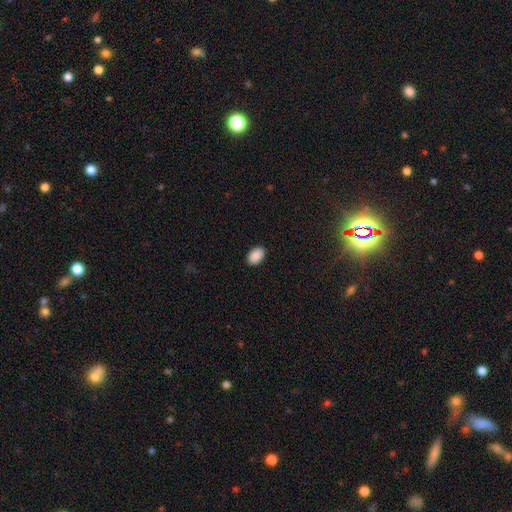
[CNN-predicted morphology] Smooth or featured?
  - smooth: 90% *
  - star or artifact: 7%
  - featured or disk: 2%
How rounded?
  - in between: 89% *
  - round: 10%
  - cigar-shaped: 1%
Merging?
  - none: 90% *
  - minor disturbance: 7%
  - major disturbance: 2%
  - merger: 1%